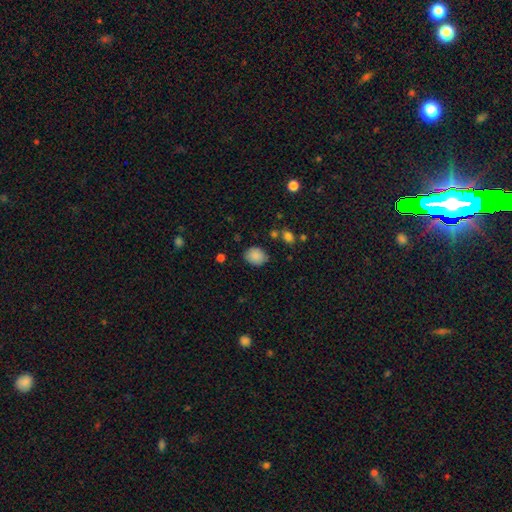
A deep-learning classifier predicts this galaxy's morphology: Q: Smooth or featured?
A: smooth (87%); runner-up: star or artifact (9%)
Q: How rounded?
A: in between (51%); runner-up: round (48%)
Q: Merging?
A: none (80%); runner-up: minor disturbance (14%)